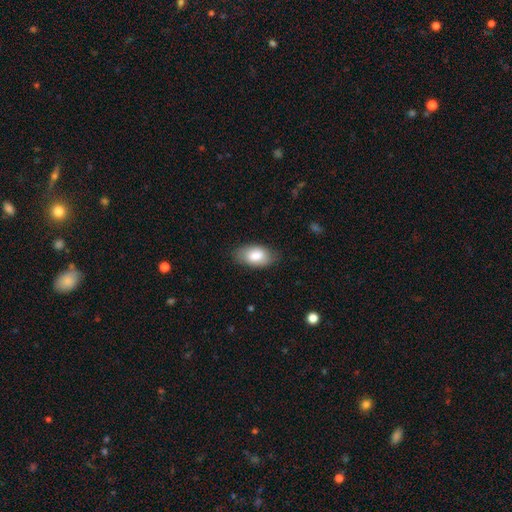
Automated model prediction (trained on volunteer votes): A smooth galaxy with no disk features (82%) that is in between round and cigar-shaped (94%).

Vote fractions:
- Smooth or featured? smooth: 82% / featured or disk: 12% / star or artifact: 6%
- How rounded? in between: 94% / round: 4% / cigar-shaped: 2%
- Merging? none: 81% / minor disturbance: 14% / major disturbance: 3% / merger: 1%